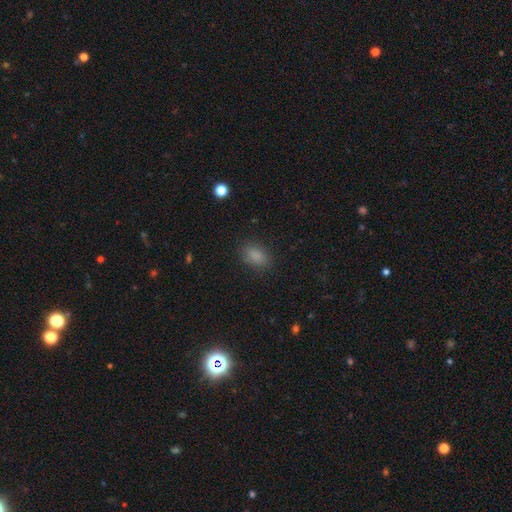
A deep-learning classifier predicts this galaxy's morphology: type=smooth (84%); roundness=in between (83%); merging=none (84%).